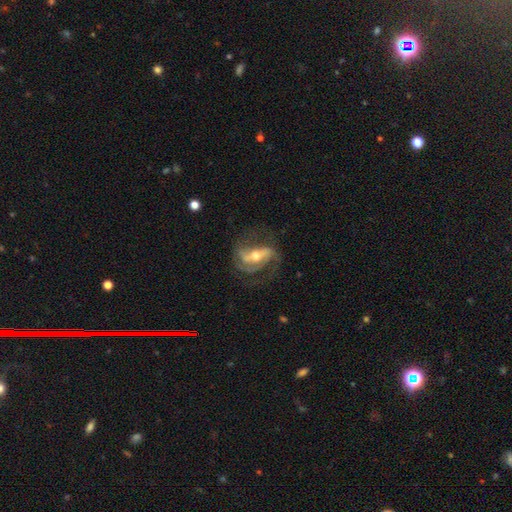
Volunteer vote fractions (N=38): Smooth or featured? 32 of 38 (84%) said featured or disk. Edge-on disk? 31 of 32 (97%) said no. Bar? 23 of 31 (74%) said strong. Spiral arms? 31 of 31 (100%) said yes. Spiral winding? 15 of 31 (48%) said medium. Spiral arm count? 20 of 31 (65%) said 2. Bulge size? 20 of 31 (65%) said moderate. Merging? 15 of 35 (43%) said none.